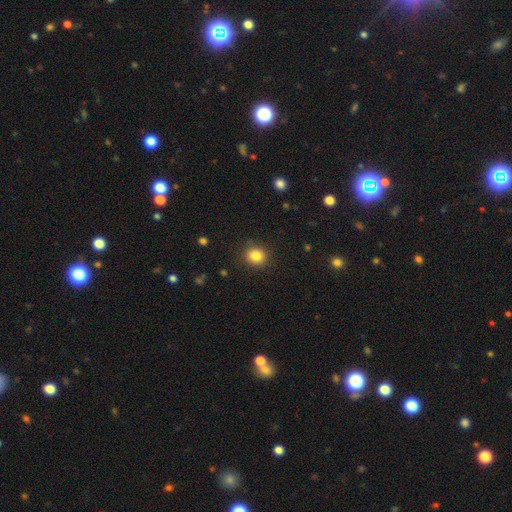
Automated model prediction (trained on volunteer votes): The model was most divided on "how rounded": round: 81%, in between: 18%, cigar-shaped: 1%. More confident: merging — none (88%); smooth or featured — smooth (84%).